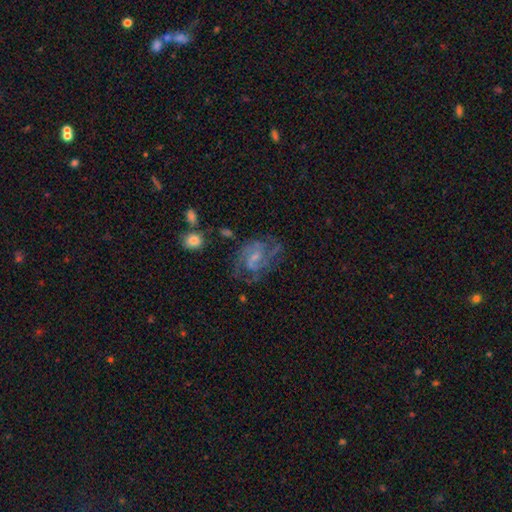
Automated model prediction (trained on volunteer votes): featured or disk 80%, smooth 13%, star or artifact 8%. Down the decision tree: edge-on disk — no (98%); bar — weak (51%); spiral arms — yes (91%); spiral arm count — 2 (44%); spiral winding — medium (51%); bulge size — small (57%); merging — none (59%).